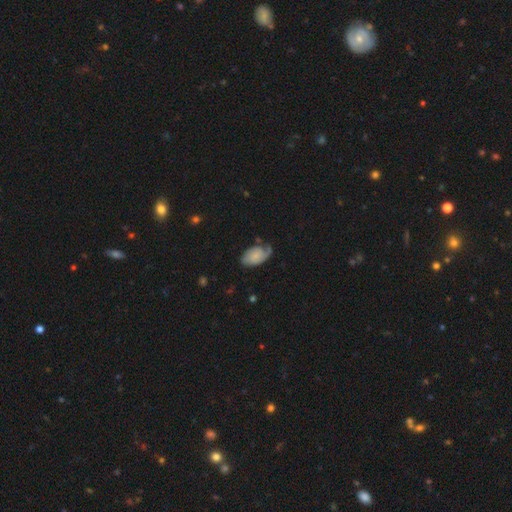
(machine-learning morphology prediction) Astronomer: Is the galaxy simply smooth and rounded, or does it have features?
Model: smooth — 51% (runner-up: featured or disk, 42%).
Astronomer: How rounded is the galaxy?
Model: in between — 91%.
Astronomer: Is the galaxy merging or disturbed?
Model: none — 46% (runner-up: minor disturbance, 33%).